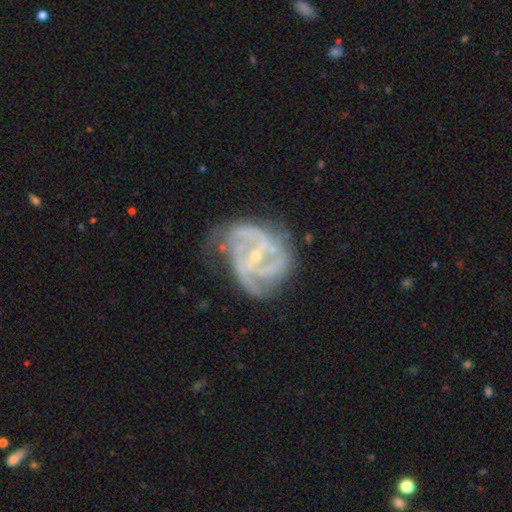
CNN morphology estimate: A featured or disk galaxy (88%) with a weak bar (42%), 3 (35%) medium (48%) spiral arms (93%) and a small central bulge (72%).

Vote fractions:
- Smooth or featured? featured or disk: 88% / star or artifact: 6% / smooth: 6%
- Edge-on disk? no: 98% / yes: 2%
- Bar? weak: 42% / no: 37% / strong: 21%
- Spiral arms? yes: 93% / no: 7%
- Spiral winding? medium: 48% / tight: 35% / loose: 16%
- Spiral arm count? 3: 35% / 2: 28% / can't tell: 18% / 4: 10% / 1: 5% / more than 4: 5%
- Bulge size? small: 72% / moderate: 24% / none: 2% / large: 1% / dominant: 1%
- Merging? none: 48% / minor disturbance: 28% / major disturbance: 21% / merger: 2%